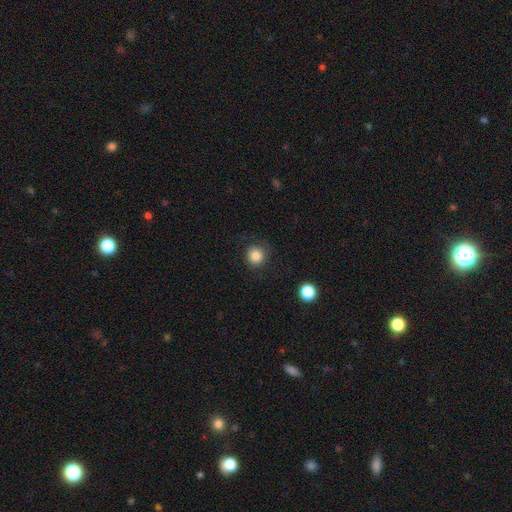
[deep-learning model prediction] Smooth or featured? smooth (84%)
How rounded? round (92%)
Merging? none (83%)